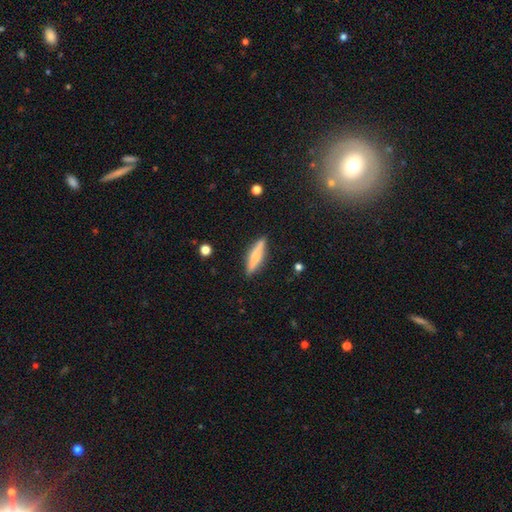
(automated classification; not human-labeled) smooth 62%, featured or disk 31%, star or artifact 6%. Down the decision tree: how rounded — cigar-shaped (76%); merging — none (87%).